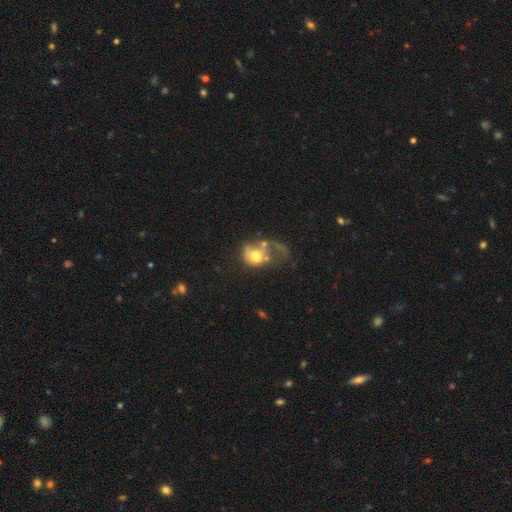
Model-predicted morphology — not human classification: The model was most divided on "how rounded": round: 54%, in between: 45%, cigar-shaped: 1%. More confident: merging — major disturbance (53%); smooth or featured — smooth (51%).